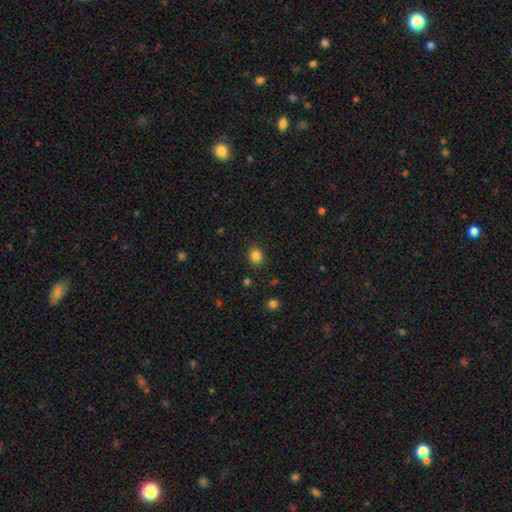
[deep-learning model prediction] Q: Smooth or featured?
A: smooth (84%); runner-up: star or artifact (12%)
Q: How rounded?
A: round (73%); runner-up: in between (26%)
Q: Merging?
A: none (88%); runner-up: minor disturbance (8%)